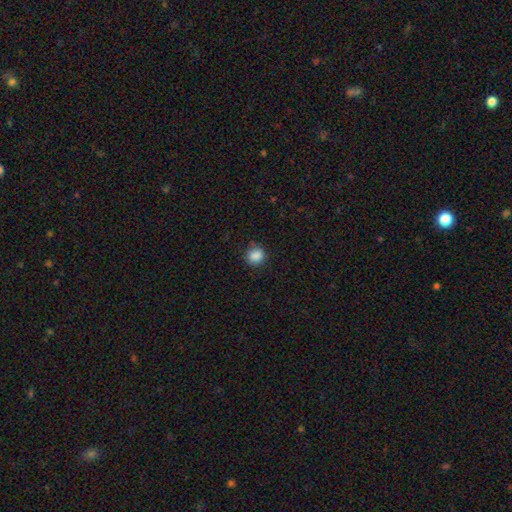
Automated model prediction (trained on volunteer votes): smooth 87%, star or artifact 10%, featured or disk 3%. Down the decision tree: how rounded — round (78%); merging — none (82%).